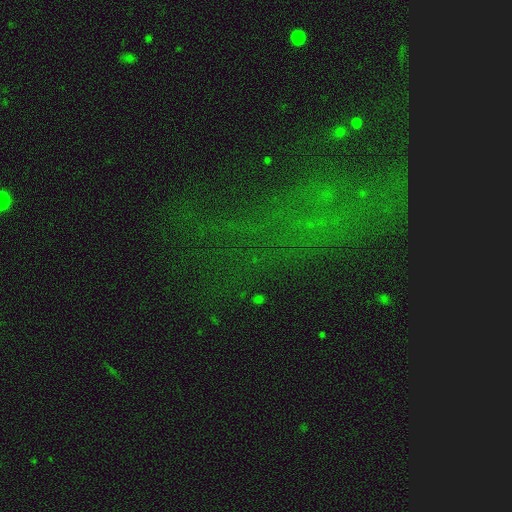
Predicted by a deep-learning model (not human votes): Morphology: type=star or artifact (59%).